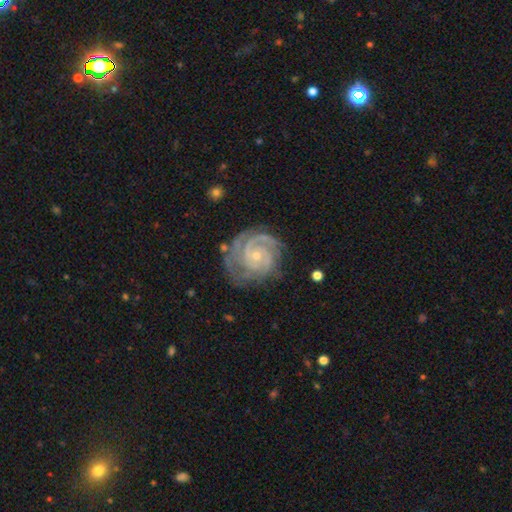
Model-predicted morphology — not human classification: The model was most divided on "spiral arm count" (2-way tie): 2: 35%, 3: 35%, can't tell: 10%, 4: 10%, more than 4: 5%, 1: 5%. More confident: spiral arms — yes (98%); edge-on disk — no (98%); smooth or featured — featured or disk (92%); spiral winding — tight (75%); bulge size — small (73%); bar — no (72%); merging — none (72%).